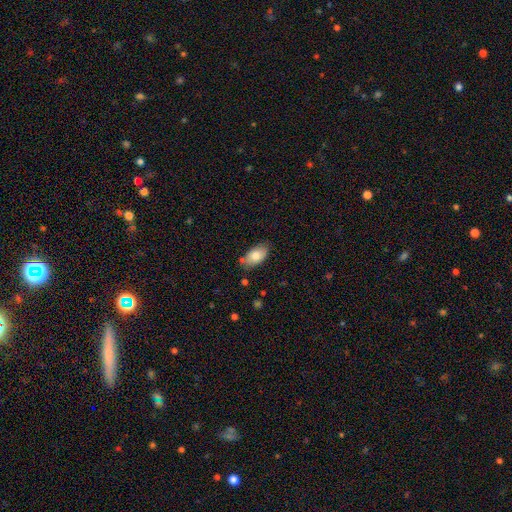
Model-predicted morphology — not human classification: Smooth or featured? smooth (80%)
How rounded? in between (93%)
Merging? none (79%)